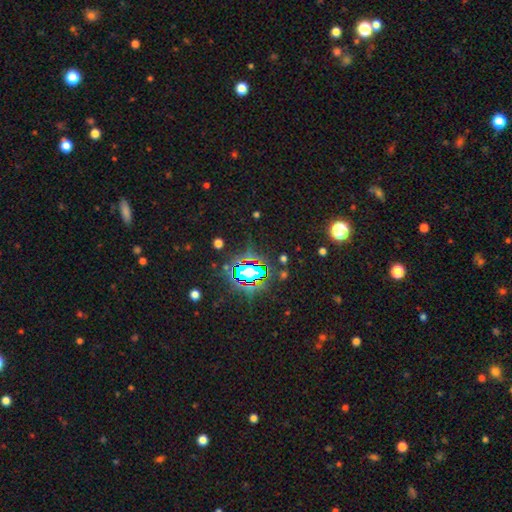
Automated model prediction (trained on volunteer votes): This is clearly a star or artifact rather than a galaxy (81%).